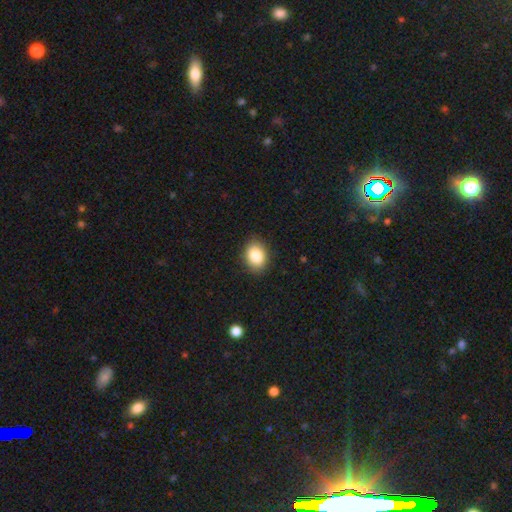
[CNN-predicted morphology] A smooth galaxy with no disk features (86%) that is in between round and cigar-shaped (64%). Merging: none (88%).